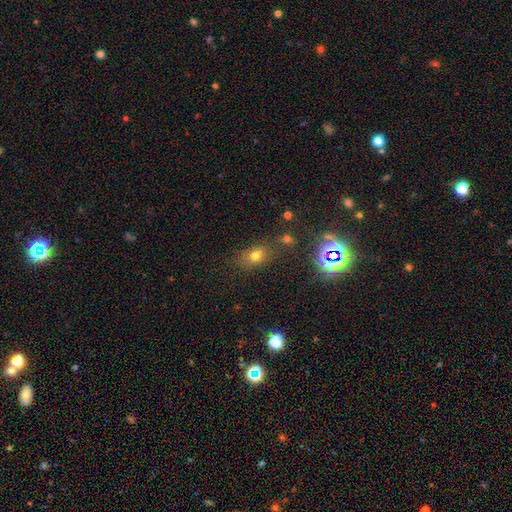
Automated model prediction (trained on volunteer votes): Smooth or featured?
  - smooth: 67% *
  - star or artifact: 23%
  - featured or disk: 10%
How rounded?
  - in between: 62% *
  - round: 36%
  - cigar-shaped: 2%
Merging?
  - none: 68% *
  - minor disturbance: 15%
  - merger: 10%
  - major disturbance: 7%